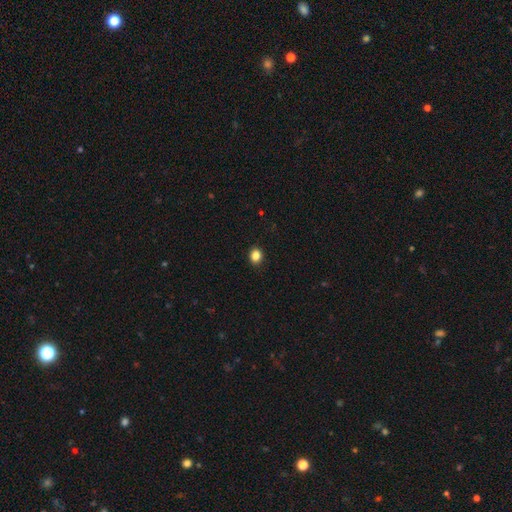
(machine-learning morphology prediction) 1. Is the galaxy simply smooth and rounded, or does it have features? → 85% smooth, 11% star or artifact, 4% featured or disk.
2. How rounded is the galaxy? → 58% round, 41% in between, 1% cigar-shaped.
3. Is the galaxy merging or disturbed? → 91% none, 6% minor disturbance, 2% major disturbance, 1% merger.